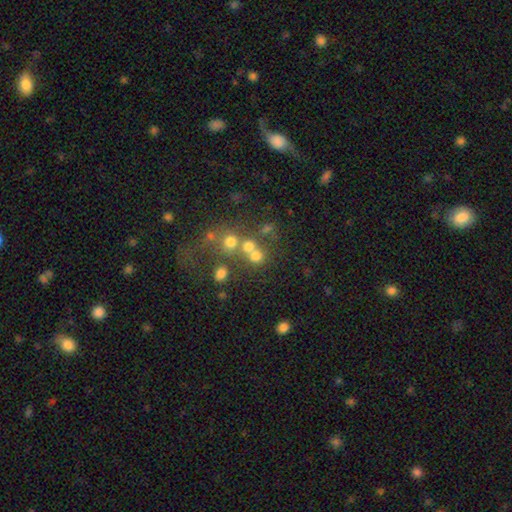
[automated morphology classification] smooth 66%, star or artifact 19%, featured or disk 15%. Down the decision tree: how rounded — round (83%); merging — none (48%).